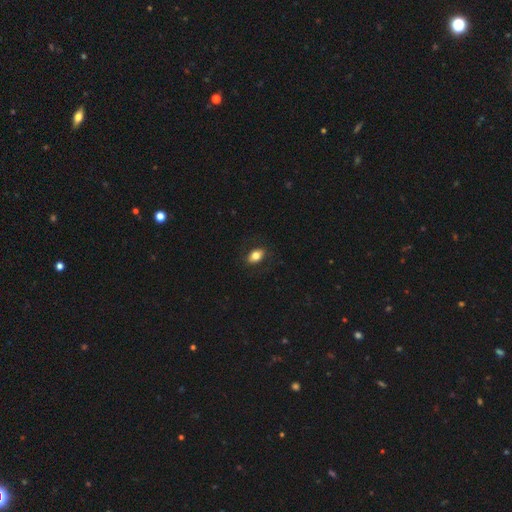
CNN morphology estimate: A smooth galaxy with no disk features (78%) that is in between round and cigar-shaped (84%).

Vote fractions:
- Smooth or featured? smooth: 78% / featured or disk: 13% / star or artifact: 9%
- How rounded? in between: 84% / round: 13% / cigar-shaped: 3%
- Merging? none: 84% / minor disturbance: 11% / major disturbance: 4% / merger: 1%